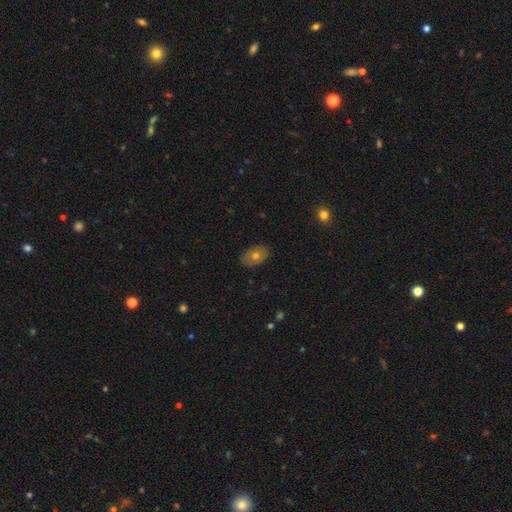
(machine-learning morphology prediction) smooth 59%, featured or disk 32%, star or artifact 9%. Down the decision tree: how rounded — in between (86%); merging — none (85%).